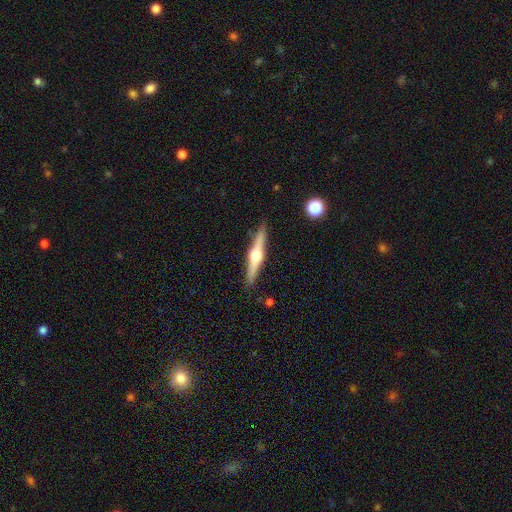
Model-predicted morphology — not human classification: smooth_or_featured: featured or disk (p=0.73) [alt: smooth p=0.22]
disk_edge_on: yes (p=0.98) [alt: no p=0.02]
edge_on_bulge: rounded (p=0.94) [alt: boxy p=0.04]
merging: none (p=0.89) [alt: minor disturbance p=0.08]